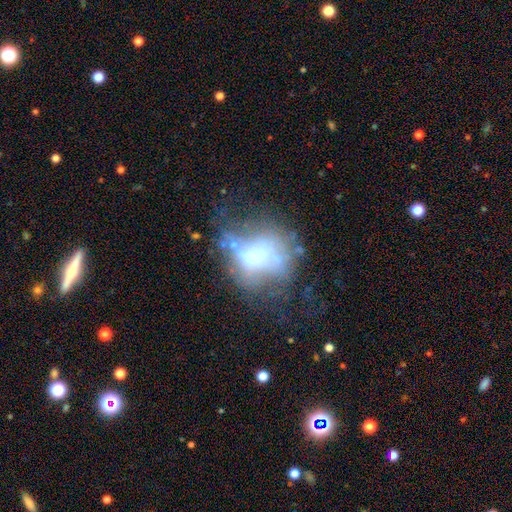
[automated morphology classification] A featured or disk galaxy (52%). Merging: none (35%).